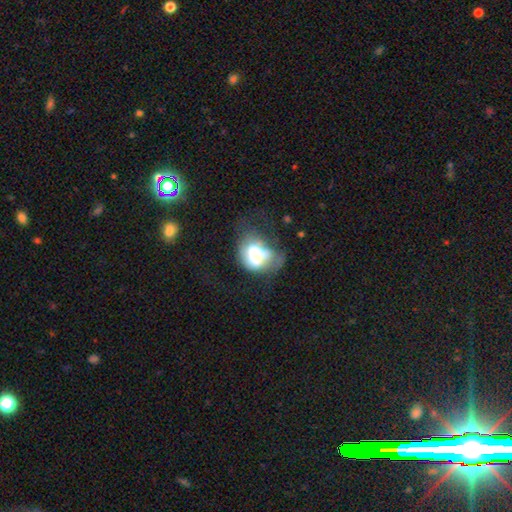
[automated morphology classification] Smooth or featured?
  - smooth: 53% *
  - featured or disk: 36%
  - star or artifact: 11%
How rounded?
  - in between: 66% *
  - round: 33%
  - cigar-shaped: 1%
Merging?
  - major disturbance: 36% *
  - merger: 24%
  - none: 20%
  - minor disturbance: 20%